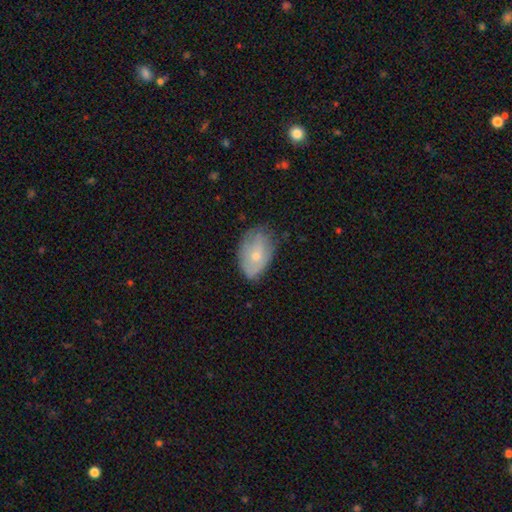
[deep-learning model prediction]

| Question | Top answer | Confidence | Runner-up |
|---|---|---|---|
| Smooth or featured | smooth | 59% | featured or disk (34%) |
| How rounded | in between | 87% | round (11%) |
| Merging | none | 62% | minor disturbance (29%) |